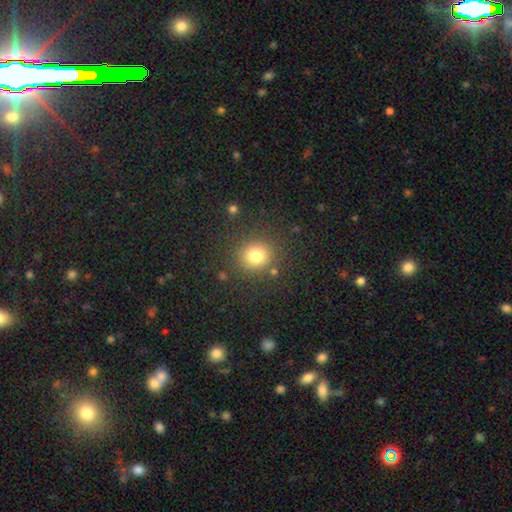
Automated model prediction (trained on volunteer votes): Smooth or featured: smooth — 79% (star or artifact — 14%)
How rounded: round — 88% (in between — 11%)
Merging: none — 85% (minor disturbance — 8%)